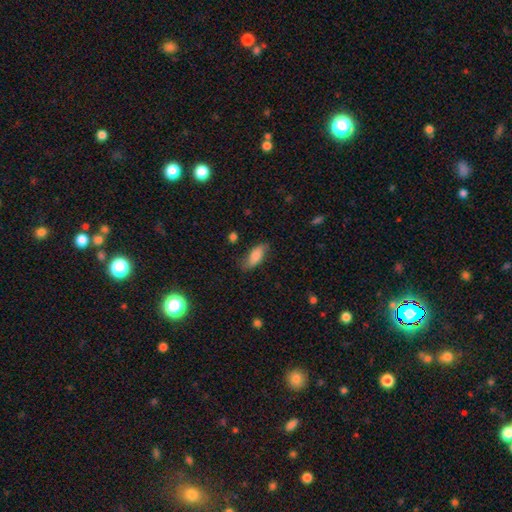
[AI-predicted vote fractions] Q: Smooth or featured?
A: smooth (76%); runner-up: featured or disk (17%)
Q: How rounded?
A: in between (80%); runner-up: cigar-shaped (17%)
Q: Merging?
A: none (71%); runner-up: minor disturbance (22%)